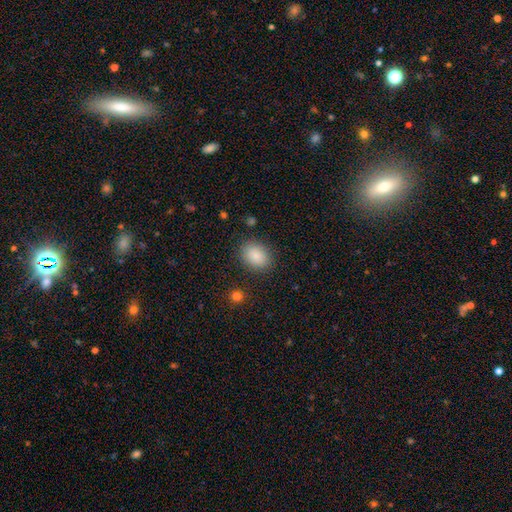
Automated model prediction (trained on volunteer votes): Smooth or featured? smooth (87%)
How rounded? in between (70%)
Merging? none (86%)